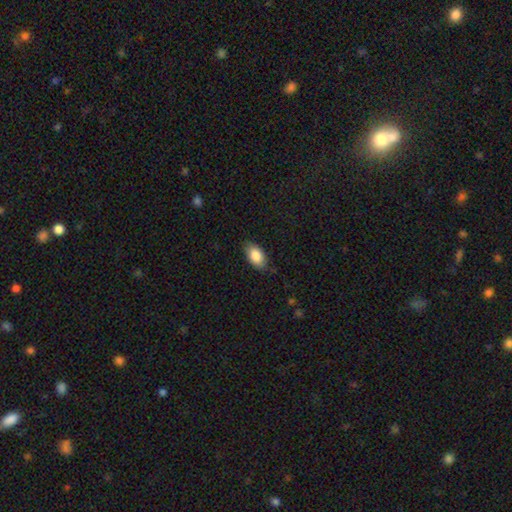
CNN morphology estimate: Smooth or featured: smooth — 86% (featured or disk — 8%)
How rounded: in between — 93% (round — 4%)
Merging: none — 82% (minor disturbance — 14%)